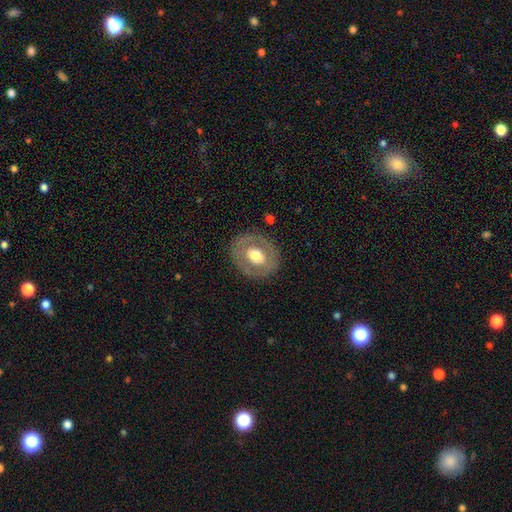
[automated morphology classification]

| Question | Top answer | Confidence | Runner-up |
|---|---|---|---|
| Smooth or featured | smooth | 48% | featured or disk (46%) |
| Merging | none | 83% | minor disturbance (11%) |